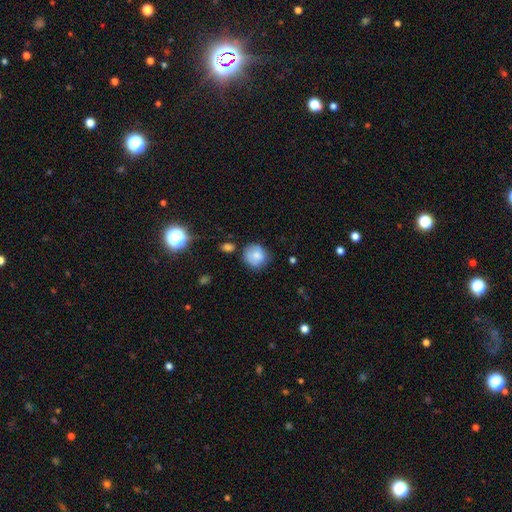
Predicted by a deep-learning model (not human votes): Smooth or featured?
  - smooth: 76% *
  - featured or disk: 14%
  - star or artifact: 9%
How rounded?
  - round: 82% *
  - in between: 17%
  - cigar-shaped: 1%
Merging?
  - none: 67% *
  - minor disturbance: 23%
  - major disturbance: 5%
  - merger: 5%